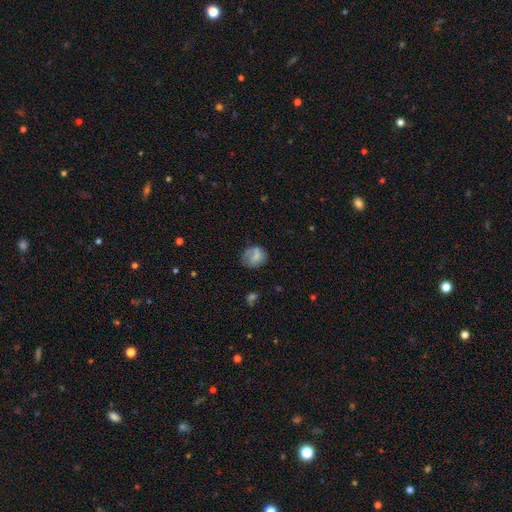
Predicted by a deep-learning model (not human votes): This appears to be a smooth galaxy with no disk features (64%) that is round (66%). Merging: none (54%).